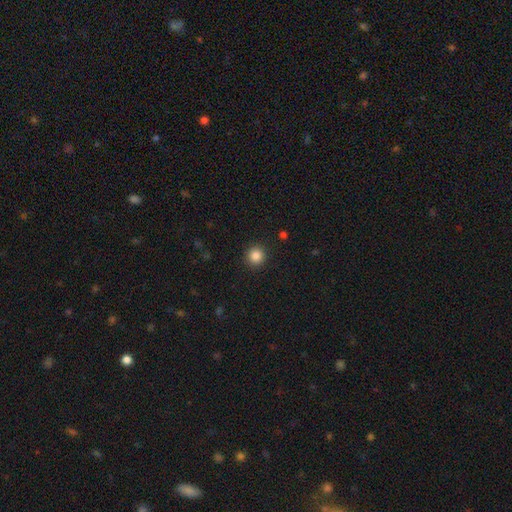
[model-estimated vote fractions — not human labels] This is clearly a smooth galaxy (86%). How rounded: clearly round (94%). Merging: clearly none (92%).